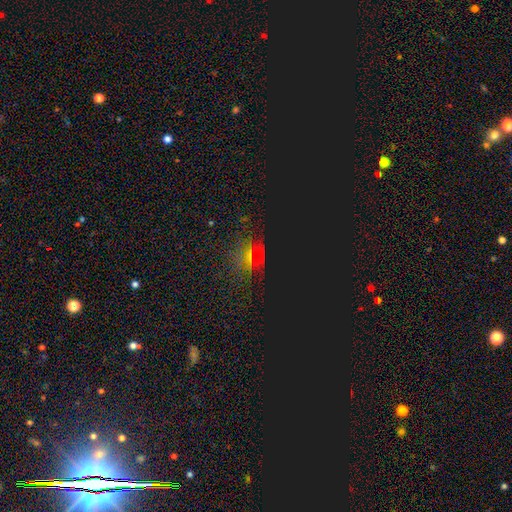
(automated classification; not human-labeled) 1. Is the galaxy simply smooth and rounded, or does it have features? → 70% star or artifact, 20% smooth, 9% featured or disk.